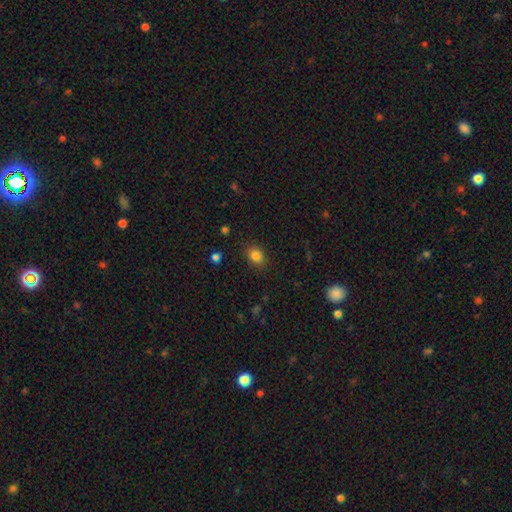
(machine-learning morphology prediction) Smooth or featured?
  - smooth: 83% *
  - star or artifact: 11%
  - featured or disk: 5%
How rounded?
  - in between: 55% *
  - round: 44%
  - cigar-shaped: 1%
Merging?
  - none: 85% *
  - minor disturbance: 11%
  - major disturbance: 3%
  - merger: 1%